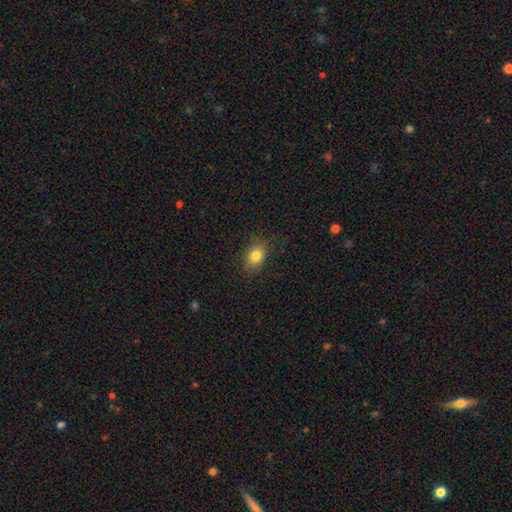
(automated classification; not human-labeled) Smooth or featured? Predicted: smooth (p=0.83). How rounded? Predicted: in between (p=0.62). Merging? Predicted: none (p=0.79).